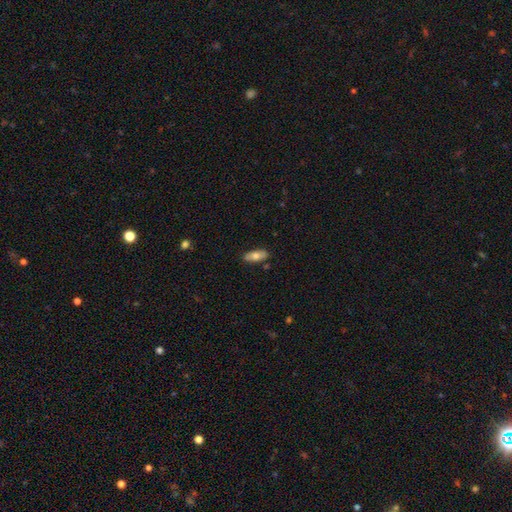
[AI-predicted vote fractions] Smooth or featured: smooth — 70% (featured or disk — 24%)
How rounded: in between — 79% (cigar-shaped — 18%)
Merging: none — 84% (minor disturbance — 12%)